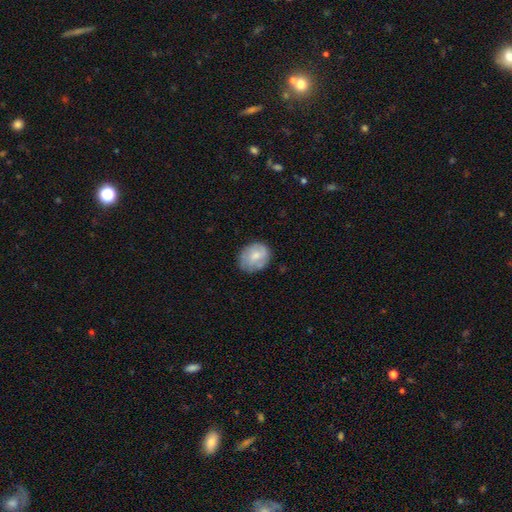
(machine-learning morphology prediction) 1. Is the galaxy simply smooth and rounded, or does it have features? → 65% smooth, 28% featured or disk, 7% star or artifact.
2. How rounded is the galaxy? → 51% in between, 48% round, 1% cigar-shaped.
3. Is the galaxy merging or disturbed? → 70% none, 22% minor disturbance, 6% major disturbance, 1% merger.